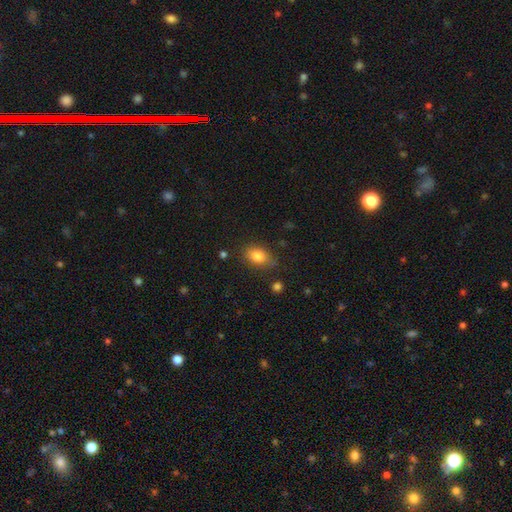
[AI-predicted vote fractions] smooth-or-featured: smooth: 81% | star or artifact: 11% | featured or disk: 8%
  how-rounded: in between: 76% | round: 22% | cigar-shaped: 2%
  merging: none: 77% | minor disturbance: 17% | major disturbance: 4% | merger: 2%